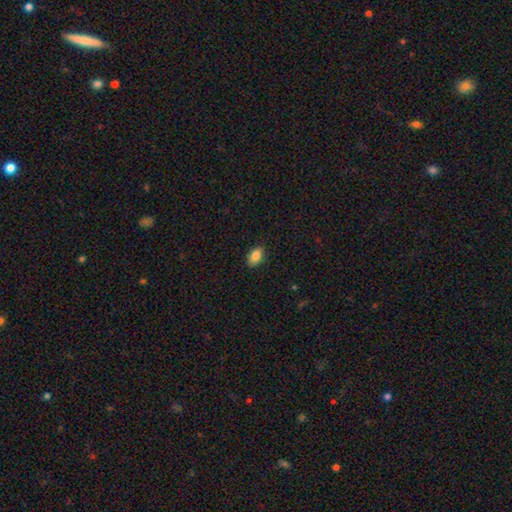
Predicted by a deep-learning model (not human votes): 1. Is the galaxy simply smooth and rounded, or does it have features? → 85% smooth, 8% star or artifact, 7% featured or disk.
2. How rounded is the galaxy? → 88% in between, 10% round, 2% cigar-shaped.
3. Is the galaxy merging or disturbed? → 86% none, 11% minor disturbance, 2% major disturbance, 1% merger.